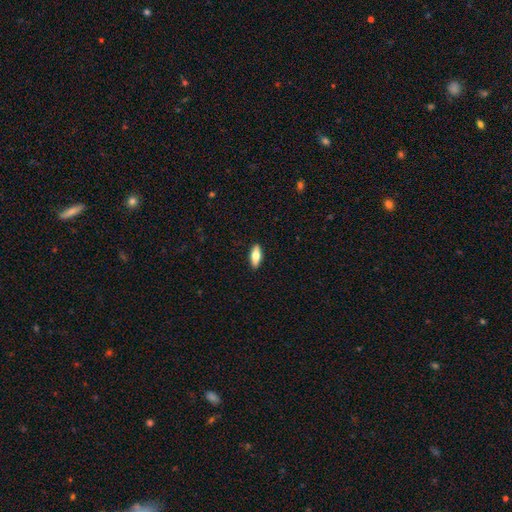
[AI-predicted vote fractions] A smooth galaxy with no disk features (69%) that is in between round and cigar-shaped (69%).

Vote fractions:
- Smooth or featured? smooth: 69% / featured or disk: 25% / star or artifact: 6%
- How rounded? in between: 69% / cigar-shaped: 28% / round: 3%
- Merging? none: 90% / minor disturbance: 7% / major disturbance: 2% / merger: 1%